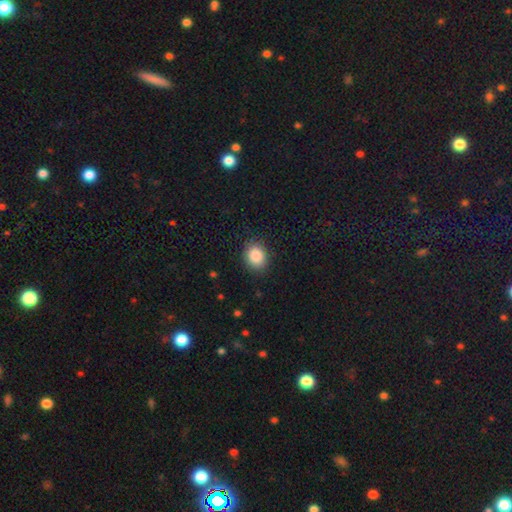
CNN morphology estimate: Smooth or featured?
  - smooth: 86% *
  - star or artifact: 9%
  - featured or disk: 6%
How rounded?
  - in between: 53% *
  - round: 46%
  - cigar-shaped: 1%
Merging?
  - none: 85% *
  - minor disturbance: 11%
  - major disturbance: 3%
  - merger: 1%